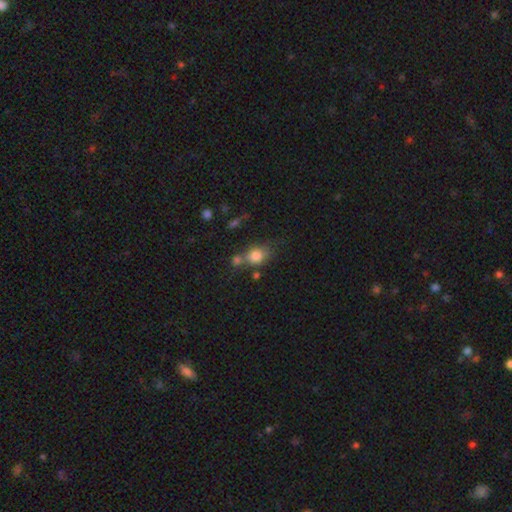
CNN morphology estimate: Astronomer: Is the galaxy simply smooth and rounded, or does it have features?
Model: smooth — 79%.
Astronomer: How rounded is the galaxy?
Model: round — 49%, tied with in between at 49%.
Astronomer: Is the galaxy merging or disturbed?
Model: none — 46% (runner-up: merger, 30%).